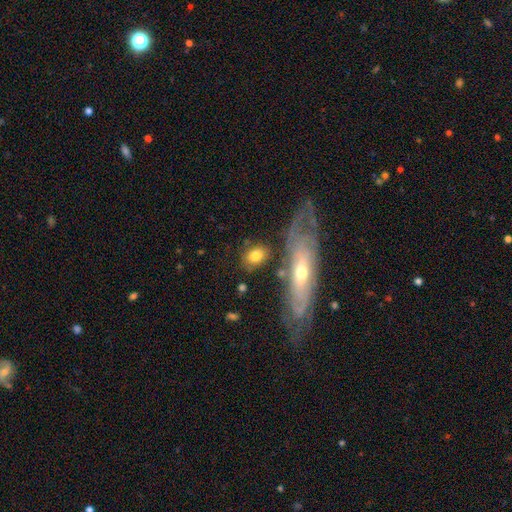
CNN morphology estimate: smooth_or_featured: smooth (p=0.74) [alt: featured or disk p=0.19]
how_rounded: in between (p=0.66) [alt: round p=0.28]
merging: none (p=0.71) [alt: minor disturbance p=0.13]